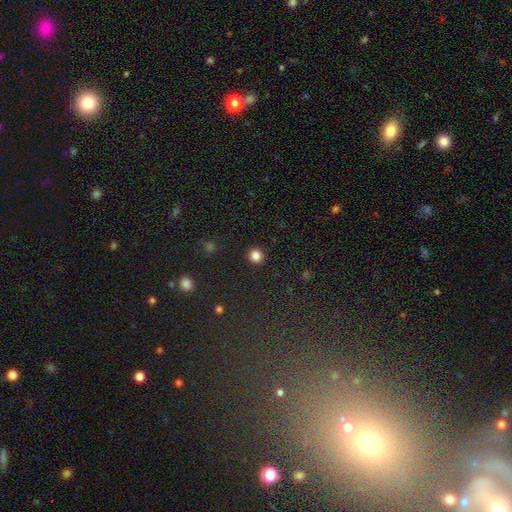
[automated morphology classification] type=smooth (85%); roundness=round (94%); merging=none (93%).